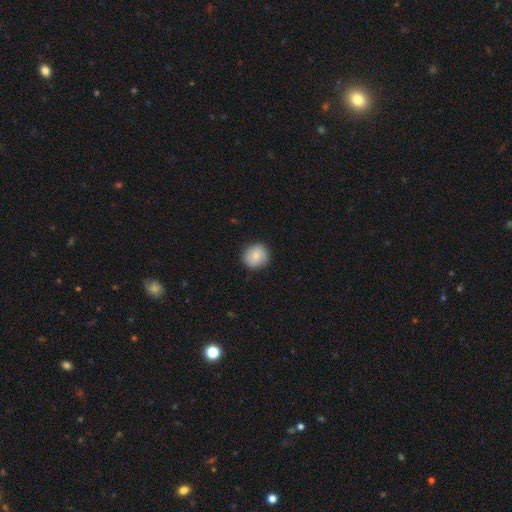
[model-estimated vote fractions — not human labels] A smooth galaxy with no disk features (81%) that is round (89%).

Vote fractions:
- Smooth or featured? smooth: 81% / featured or disk: 12% / star or artifact: 7%
- How rounded? round: 89% / in between: 10% / cigar-shaped: 1%
- Merging? none: 88% / minor disturbance: 9% / major disturbance: 2% / merger: 1%